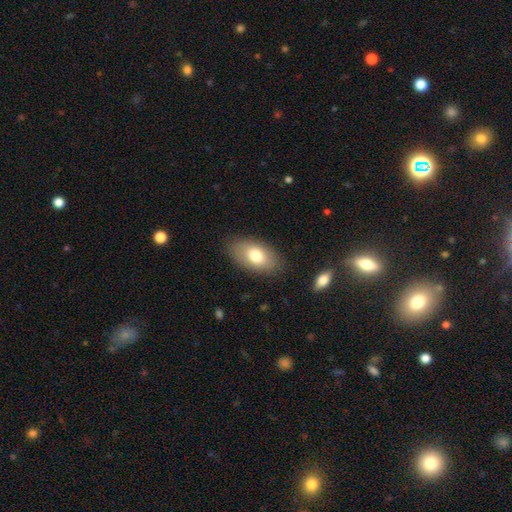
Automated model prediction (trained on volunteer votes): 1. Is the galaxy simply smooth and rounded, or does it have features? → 75% smooth, 18% featured or disk, 7% star or artifact.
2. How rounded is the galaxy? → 93% in between, 5% round, 2% cigar-shaped.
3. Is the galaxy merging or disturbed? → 84% none, 12% minor disturbance, 3% major disturbance, 1% merger.